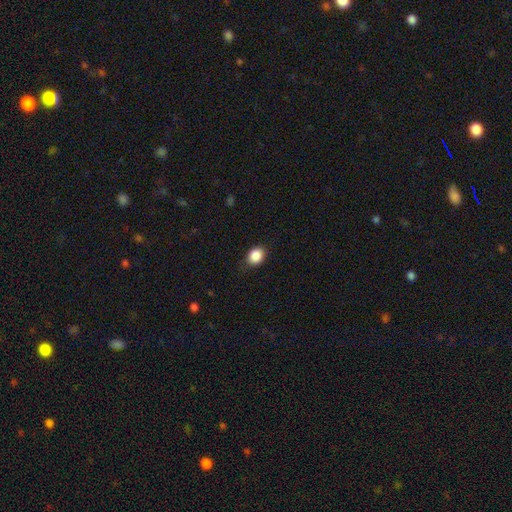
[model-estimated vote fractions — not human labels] This is clearly a smooth galaxy (88%). How rounded: possibly in between (55%). Merging: clearly none (82%).